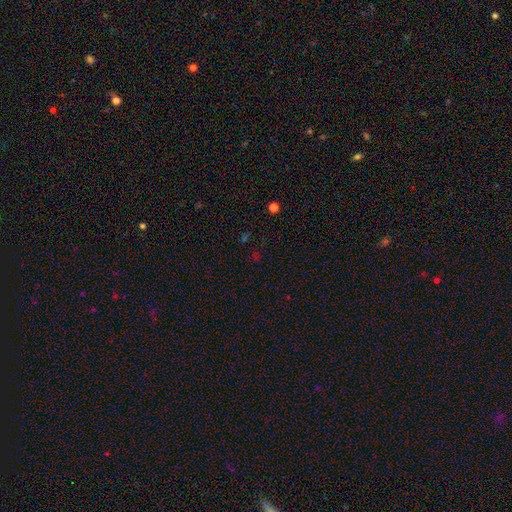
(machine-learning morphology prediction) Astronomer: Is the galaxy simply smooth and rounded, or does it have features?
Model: star or artifact — 60%.